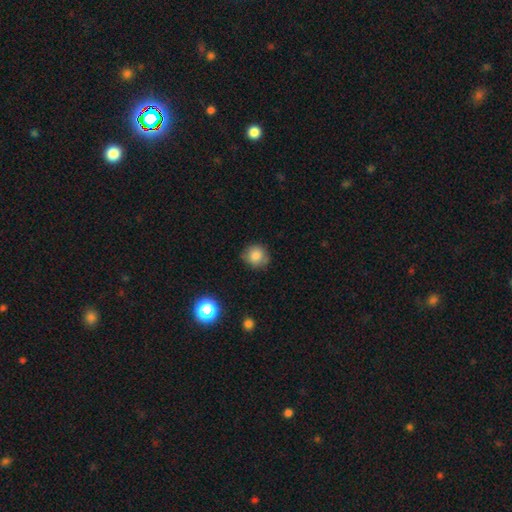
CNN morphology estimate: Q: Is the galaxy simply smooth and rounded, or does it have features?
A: smooth — 82%.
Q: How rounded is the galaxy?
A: round — 87%.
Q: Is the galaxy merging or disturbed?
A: none — 79%.